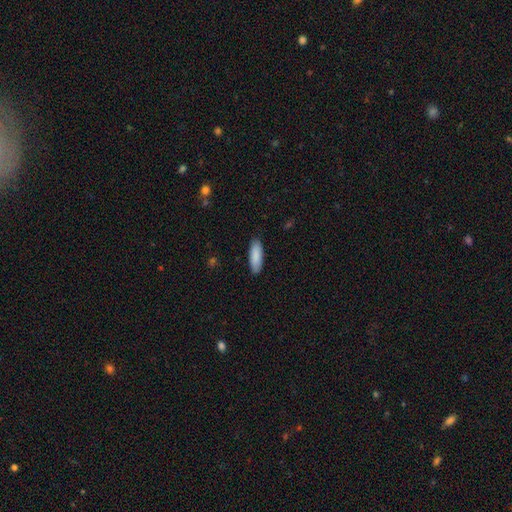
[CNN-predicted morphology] Smooth or featured? smooth (89%)
How rounded? in between (59%)
Merging? none (89%)